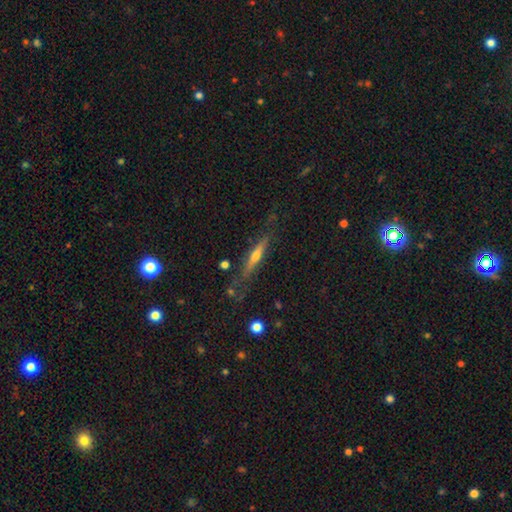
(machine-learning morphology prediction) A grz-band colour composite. It shows a featured or disk galaxy (63%) viewed edge-on (94%) with a rounded central bulge (85%). Merging: none (74%).